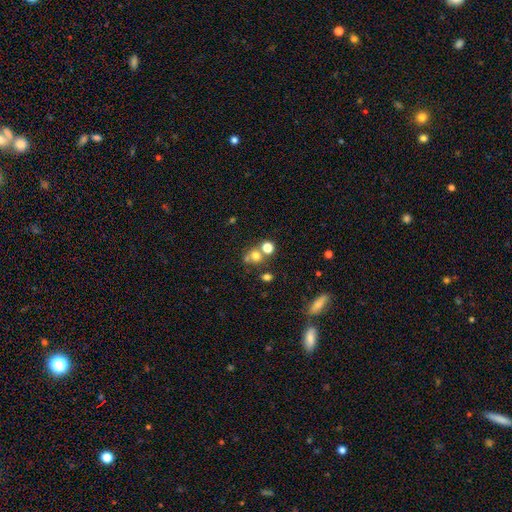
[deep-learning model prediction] Q: Smooth or featured?
A: smooth (68%); runner-up: star or artifact (19%)
Q: How rounded?
A: round (79%); runner-up: in between (20%)
Q: Merging?
A: none (51%); runner-up: merger (36%)